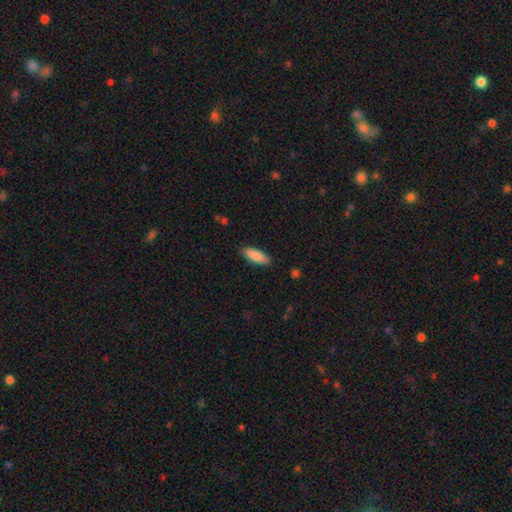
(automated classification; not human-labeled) The model was most divided on "how rounded": in between: 64%, cigar-shaped: 34%, round: 2%. More confident: merging — none (89%); smooth or featured — smooth (88%).